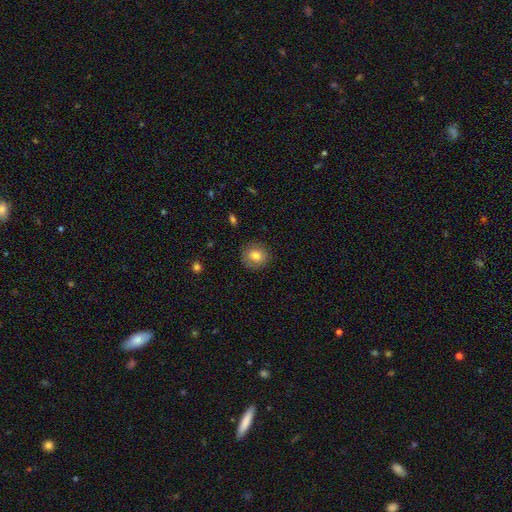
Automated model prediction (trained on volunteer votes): Smooth or featured? Predicted: smooth (p=0.78). How rounded? Predicted: round (p=0.86). Merging? Predicted: none (p=0.86).